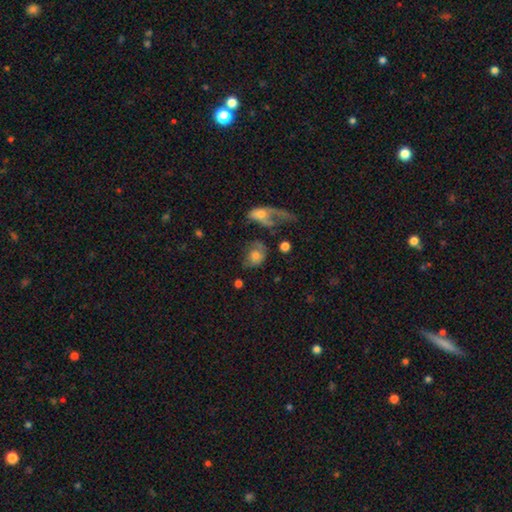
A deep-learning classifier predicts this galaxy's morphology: Smooth or featured: smooth — 64% (featured or disk — 26%)
How rounded: round — 51% (in between — 47%)
Merging: none — 31% (major disturbance — 29%)